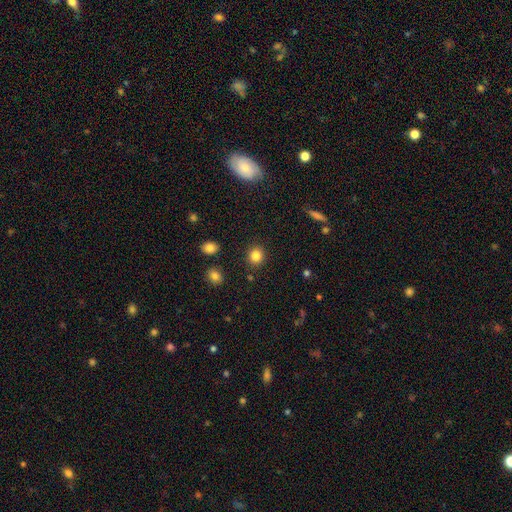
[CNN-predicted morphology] Smooth or featured: smooth — 83% (star or artifact — 11%)
How rounded: round — 87% (in between — 12%)
Merging: none — 90% (minor disturbance — 6%)